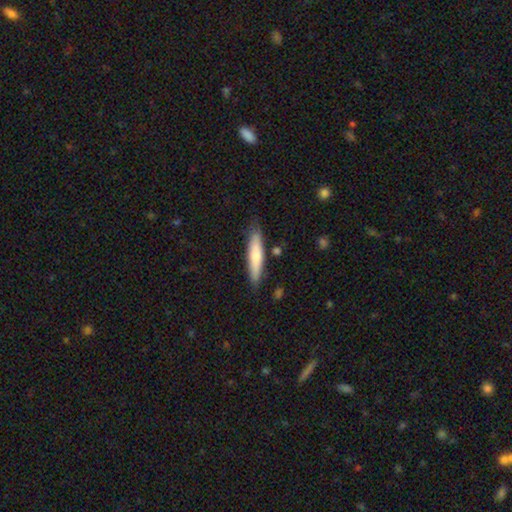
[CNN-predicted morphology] smooth-or-featured: smooth: 71% | featured or disk: 24% | star or artifact: 6%
  how-rounded: cigar-shaped: 84% | in between: 15% | round: 1%
  merging: none: 82% | minor disturbance: 13% | major disturbance: 2% | merger: 2%